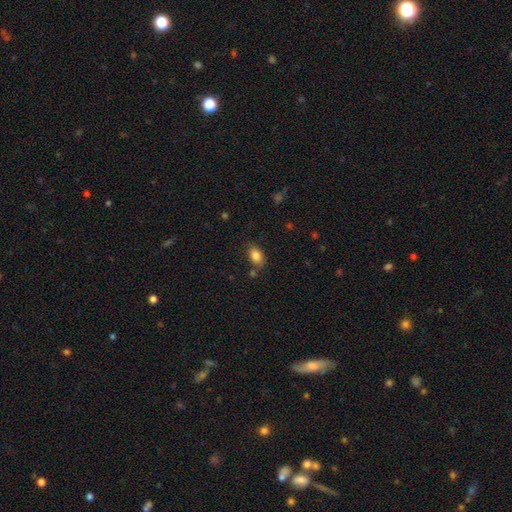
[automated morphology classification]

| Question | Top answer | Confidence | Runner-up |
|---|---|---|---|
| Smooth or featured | smooth | 85% | star or artifact (9%) |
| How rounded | in between | 89% | round (9%) |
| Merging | none | 77% | minor disturbance (14%) |